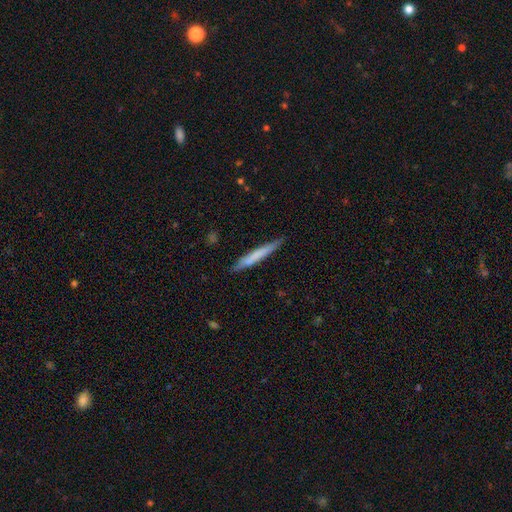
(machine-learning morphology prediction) This appears to be a smooth galaxy with no disk features (64%) that is cigar-shaped (96%). Merging: none (85%).